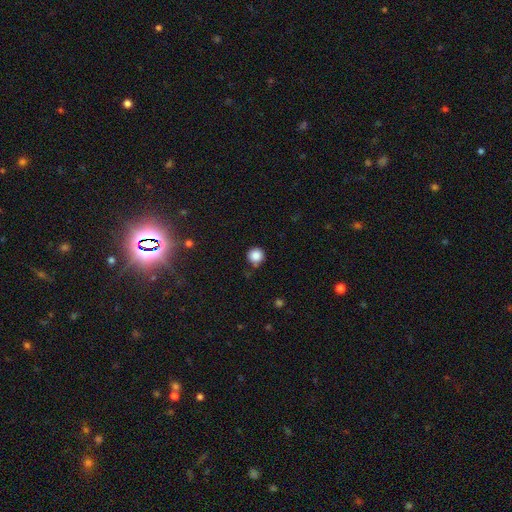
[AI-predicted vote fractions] The model was most divided on "merging": none: 77%, minor disturbance: 15%, merger: 4%, major disturbance: 4%. More confident: how rounded — round (95%); smooth or featured — smooth (86%).